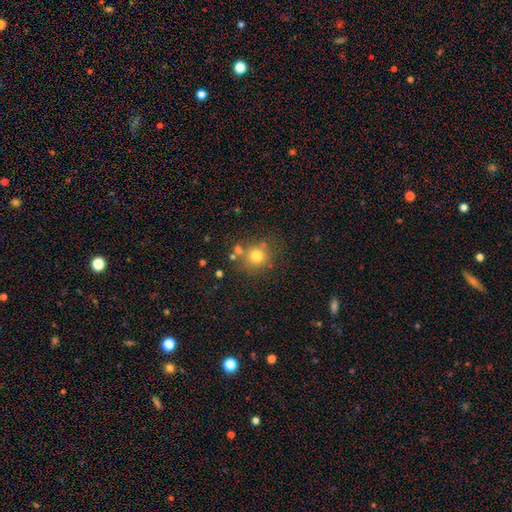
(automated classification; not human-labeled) Smooth or featured?
  - smooth: 75% *
  - star or artifact: 14%
  - featured or disk: 10%
How rounded?
  - round: 89% *
  - in between: 10%
  - cigar-shaped: 1%
Merging?
  - none: 71% *
  - merger: 12%
  - minor disturbance: 12%
  - major disturbance: 5%